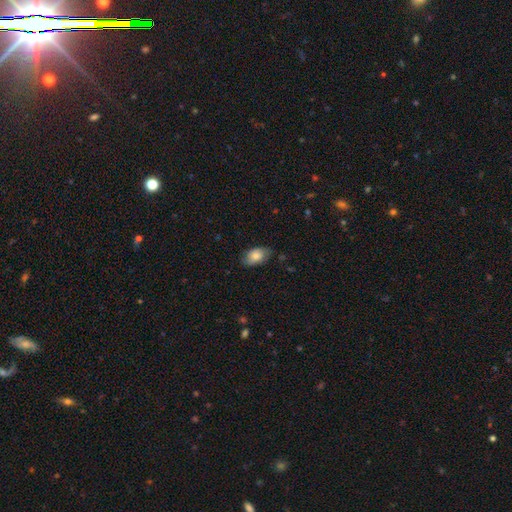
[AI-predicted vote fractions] This appears to be a smooth galaxy with no disk features (79%) that is in between round and cigar-shaped (91%). Merging: none (76%).